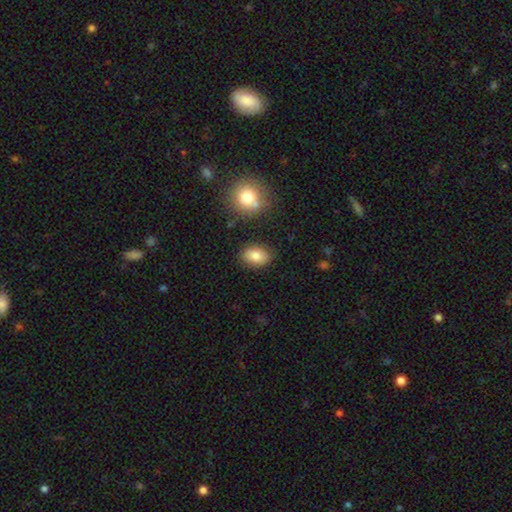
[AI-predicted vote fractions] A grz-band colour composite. It shows a smooth galaxy with no disk features (83%) that is in between round and cigar-shaped (82%). Merging: none (84%).